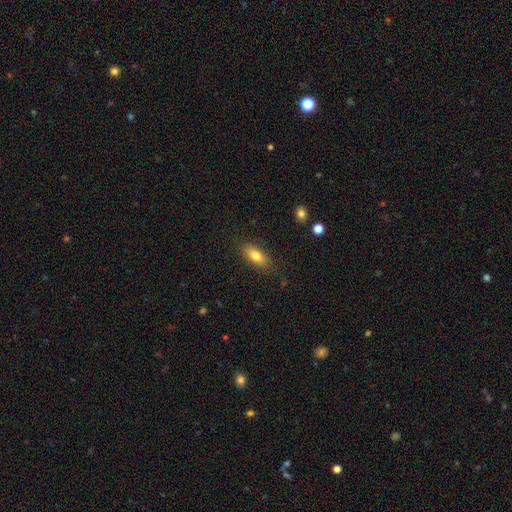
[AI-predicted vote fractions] Smooth or featured? Predicted: smooth (p=0.80). How rounded? Predicted: in between (p=0.84). Merging? Predicted: none (p=0.84).